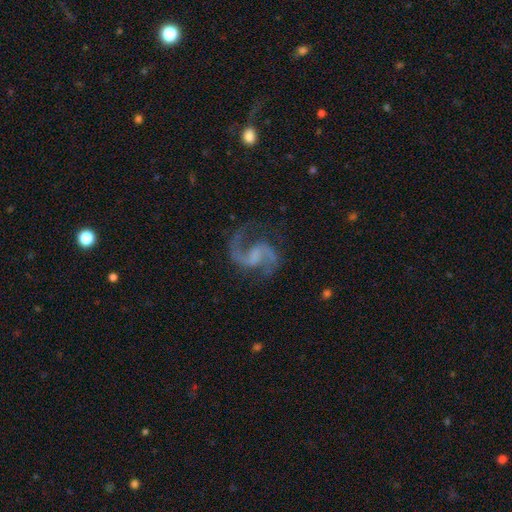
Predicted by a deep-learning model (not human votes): This appears to be a featured or disk galaxy (93%) with a weak bar (50%), 2 (94%) medium (57%) spiral arms (98%) and no central bulge (54%). Merging: none (78%).